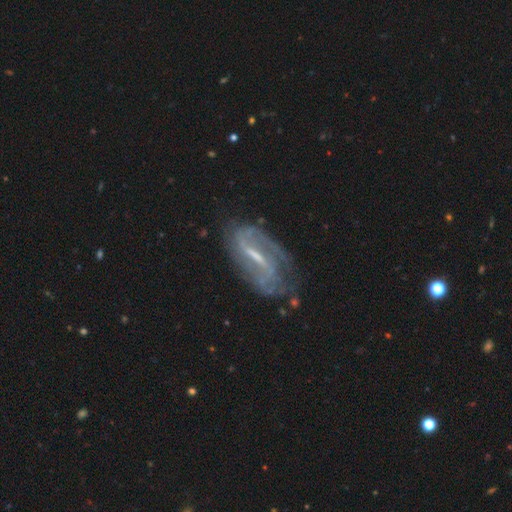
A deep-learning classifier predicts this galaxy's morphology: Overall: featured or disk (83%). Edge-on disk: no (92%). Bar: strong (47%; weak 42%). Spiral arms: yes (89%). Spiral arm count: 2 (63%). Spiral winding: medium (41%; loose 32%). Bulge size: small (53%; moderate 31%). Merging: none (63%).